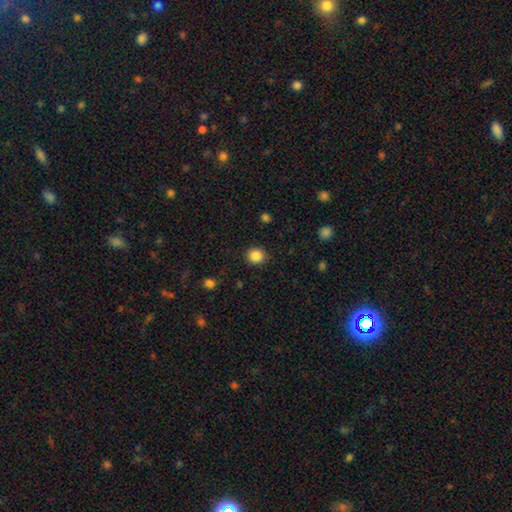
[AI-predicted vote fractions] This is clearly a smooth galaxy (87%). How rounded: clearly round (87%). Merging: clearly none (89%).